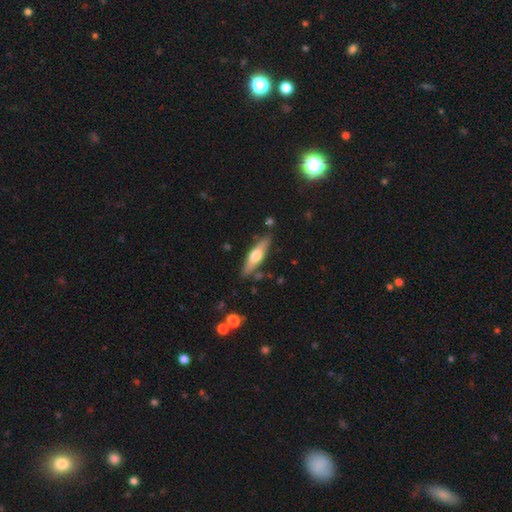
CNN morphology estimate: smooth 47% (tied), featured or disk 47% (tied), star or artifact 5%. Down the decision tree: merging — none (83%).